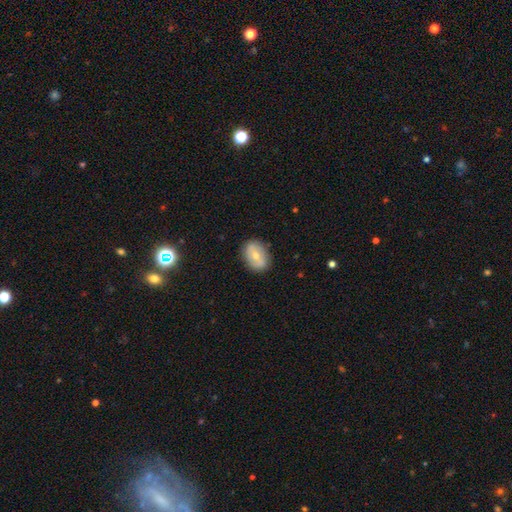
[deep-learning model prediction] This appears to be a smooth galaxy with no disk features (53%) that is in between round and cigar-shaped (74%). Merging: none (85%).